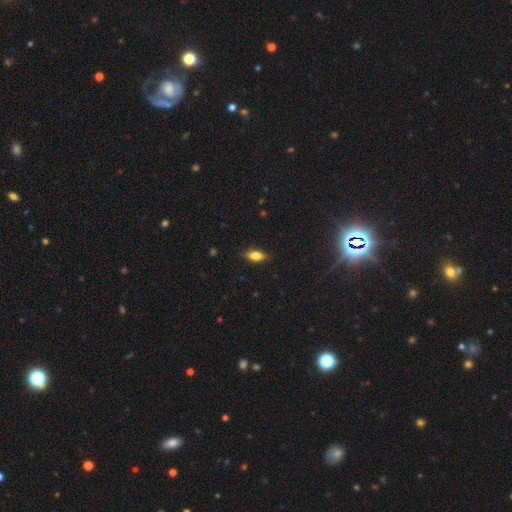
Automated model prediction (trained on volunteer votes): This is likely a smooth galaxy (73%). How rounded: likely in between (76%). Merging: clearly none (86%).